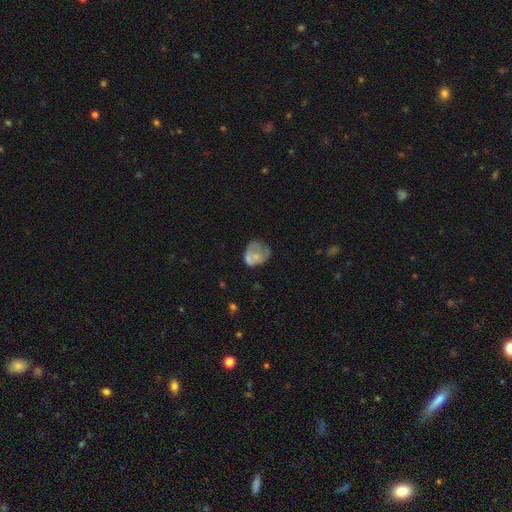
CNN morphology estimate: Smooth or featured?
  - smooth: 54% *
  - featured or disk: 37%
  - star or artifact: 9%
How rounded?
  - round: 62% *
  - in between: 37%
  - cigar-shaped: 1%
Merging?
  - none: 38% *
  - minor disturbance: 29%
  - major disturbance: 23%
  - merger: 10%